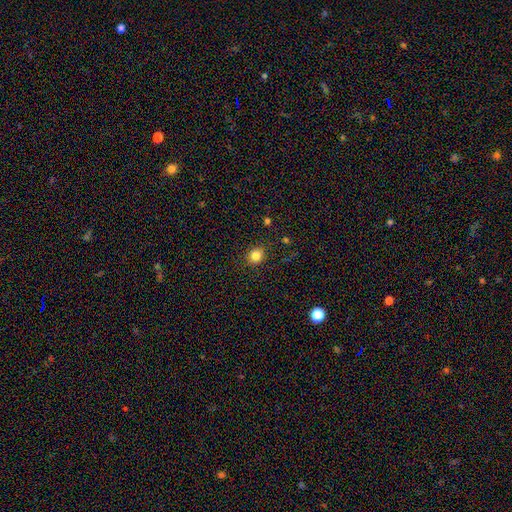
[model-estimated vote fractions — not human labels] A smooth galaxy with no disk features (83%) that is round (72%). Merging: none (88%).